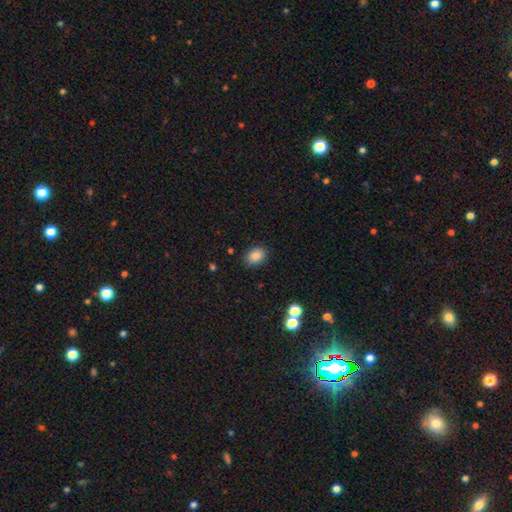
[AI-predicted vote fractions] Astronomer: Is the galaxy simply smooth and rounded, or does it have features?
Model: smooth — 85%.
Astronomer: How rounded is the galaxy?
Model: in between — 58% (runner-up: round, 41%).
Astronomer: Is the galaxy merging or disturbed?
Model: none — 86%.